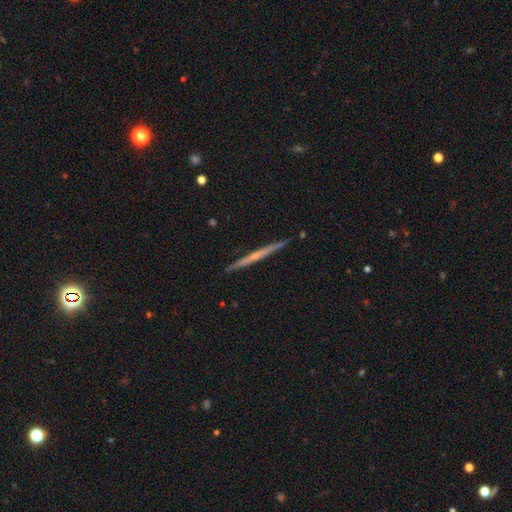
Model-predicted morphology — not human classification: Smooth or featured? featured or disk (66%)
Edge-on disk? yes (98%)
Edge-on bulge? none (59%)
Merging? none (91%)